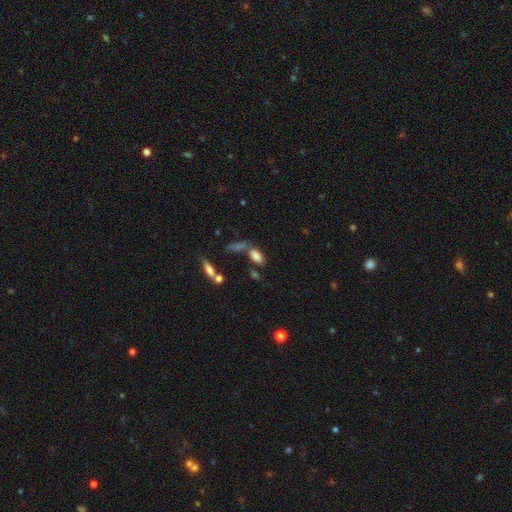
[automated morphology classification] smooth_or_featured: smooth (p=0.79) [alt: star or artifact p=0.11]
how_rounded: in between (p=0.85) [alt: cigar-shaped p=0.12]
merging: none (p=0.51) [alt: merger p=0.28]